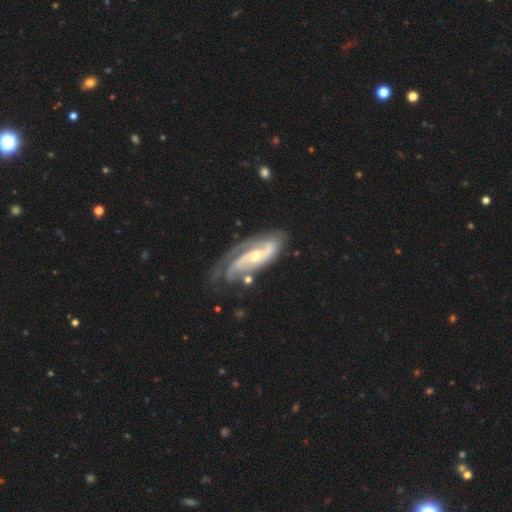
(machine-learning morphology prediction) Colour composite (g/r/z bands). It shows a featured or disk galaxy (89%) with no bar (44%), 2 (66%) medium (43%) spiral arms (97%) and a moderate central bulge (54%). Merging: none (58%).